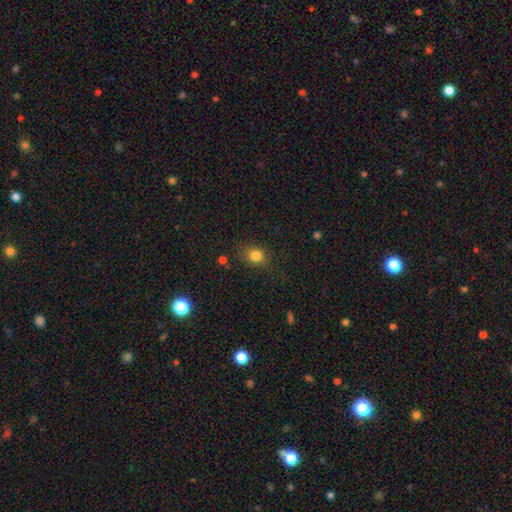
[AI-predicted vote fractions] Smooth or featured? Predicted: smooth (p=0.81). How rounded? Predicted: round (p=0.59). Merging? Predicted: none (p=0.81).